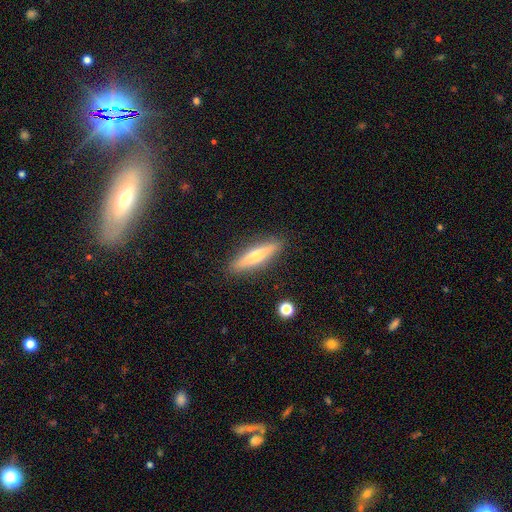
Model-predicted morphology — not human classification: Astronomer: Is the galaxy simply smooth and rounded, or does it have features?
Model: smooth — 56% (runner-up: featured or disk, 38%).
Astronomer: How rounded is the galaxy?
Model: cigar-shaped — 79%.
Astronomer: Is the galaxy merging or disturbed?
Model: none — 88%.